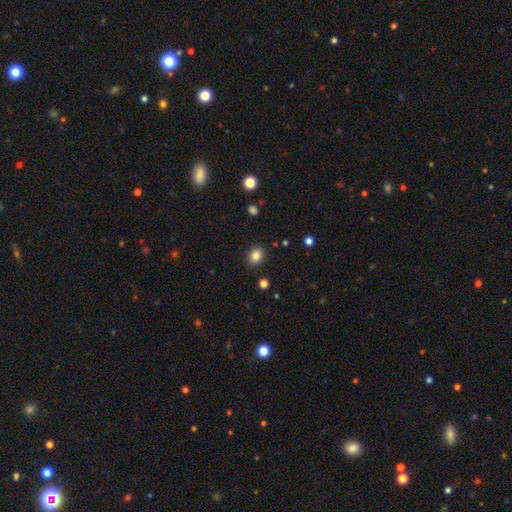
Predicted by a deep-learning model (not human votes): A smooth galaxy with no disk features (84%) that is round (54%). Merging: none (87%).